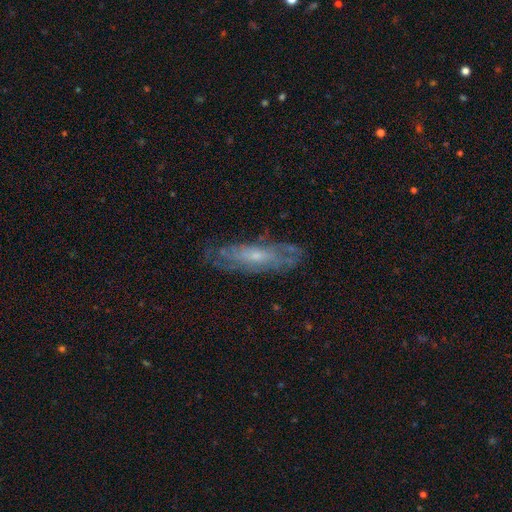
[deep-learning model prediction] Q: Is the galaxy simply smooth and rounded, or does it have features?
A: featured or disk — 67%.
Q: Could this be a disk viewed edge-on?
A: no — 70%.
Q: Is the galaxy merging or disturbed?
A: none — 72%.